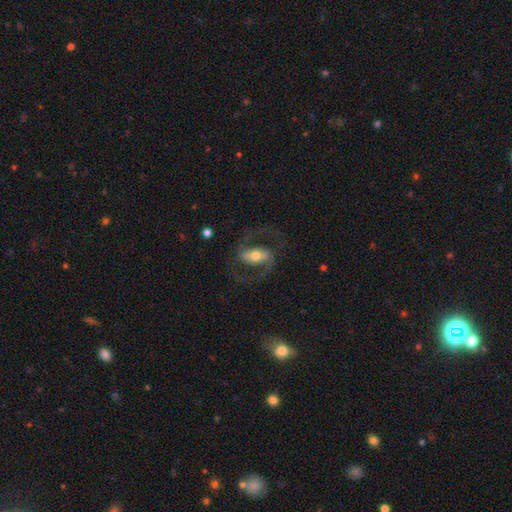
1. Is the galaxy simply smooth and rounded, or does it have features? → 75% featured or disk, 18% smooth, 8% star or artifact.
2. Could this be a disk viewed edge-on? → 97% no, 3% yes.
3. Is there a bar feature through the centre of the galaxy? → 52% strong, 24% weak, 24% no.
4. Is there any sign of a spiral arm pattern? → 90% yes, 10% no.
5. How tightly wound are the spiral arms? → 50% medium, 42% loose, 8% tight.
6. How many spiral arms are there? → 96% 2, 4% can't tell, 0% 1, 0% 3, 0% 4, 0% more than 4.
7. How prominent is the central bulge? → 76% moderate, 17% small, 7% large, 0% dominant, 0% none.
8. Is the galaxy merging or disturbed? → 70% none, 14% minor disturbance, 11% major disturbance, 5% merger.